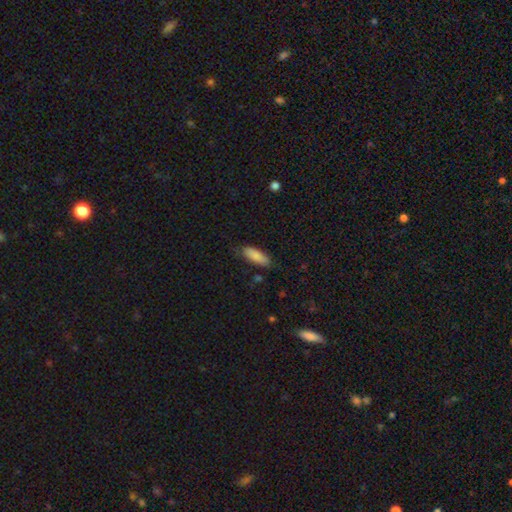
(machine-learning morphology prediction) Smooth or featured?
  - smooth: 86% *
  - featured or disk: 8%
  - star or artifact: 6%
How rounded?
  - in between: 68% *
  - cigar-shaped: 30%
  - round: 2%
Merging?
  - none: 78% *
  - minor disturbance: 17%
  - major disturbance: 3%
  - merger: 2%